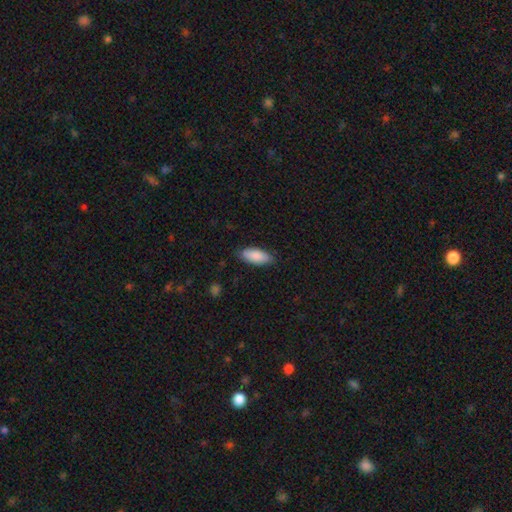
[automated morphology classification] Smooth or featured? Predicted: smooth (p=0.88). How rounded? Predicted: in between (p=0.84). Merging? Predicted: none (p=0.83).